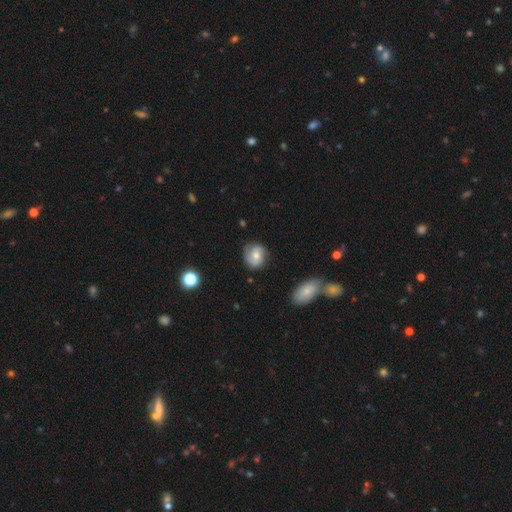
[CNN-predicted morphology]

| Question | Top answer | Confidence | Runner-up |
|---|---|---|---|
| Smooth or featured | smooth | 51% | featured or disk (40%) |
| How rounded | round | 77% | in between (22%) |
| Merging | none | 72% | minor disturbance (20%) |